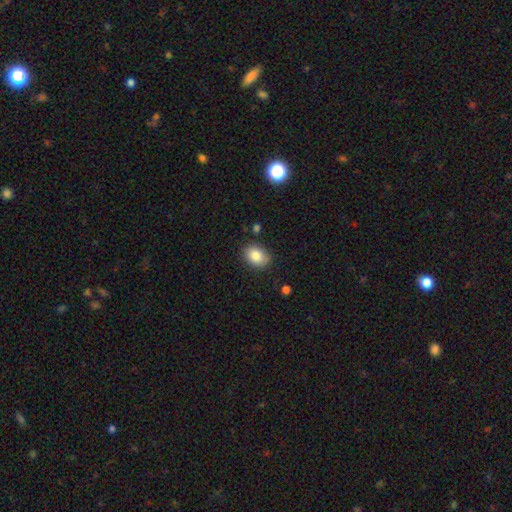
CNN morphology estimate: Smooth or featured? Predicted: smooth (p=0.84). How rounded? Predicted: in between (p=0.66). Merging? Predicted: none (p=0.84).